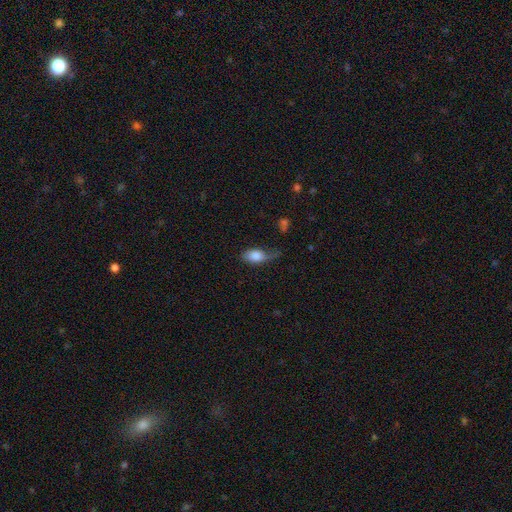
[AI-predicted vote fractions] This is likely a smooth galaxy (78%). How rounded: clearly in between (87%). Merging: marginally minor disturbance (35%).